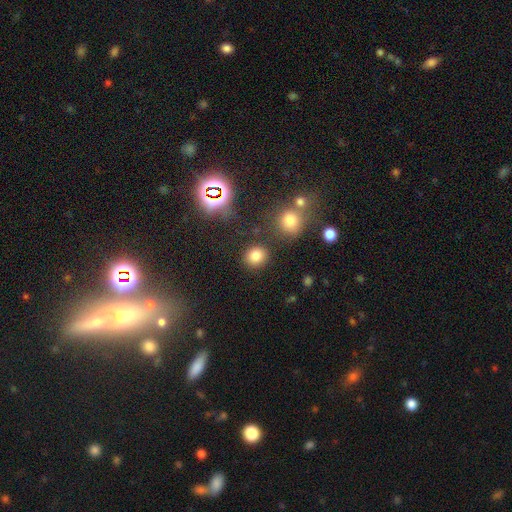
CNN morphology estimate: Q: Smooth or featured?
A: smooth (80%); runner-up: star or artifact (15%)
Q: How rounded?
A: round (78%); runner-up: in between (21%)
Q: Merging?
A: none (82%); runner-up: minor disturbance (9%)